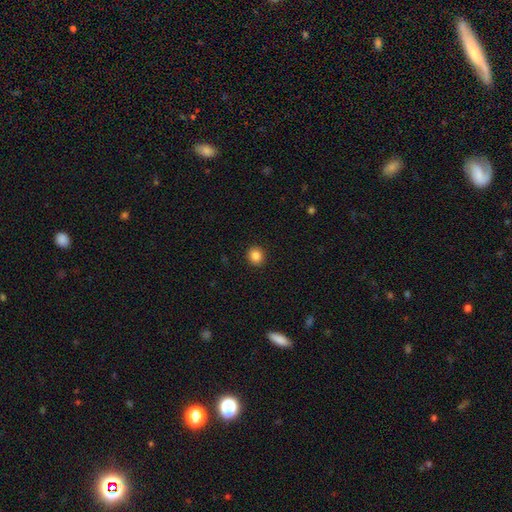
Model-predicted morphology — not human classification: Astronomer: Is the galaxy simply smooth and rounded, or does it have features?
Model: smooth — 86%.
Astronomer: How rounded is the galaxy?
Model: round — 82%.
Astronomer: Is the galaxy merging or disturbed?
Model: none — 92%.